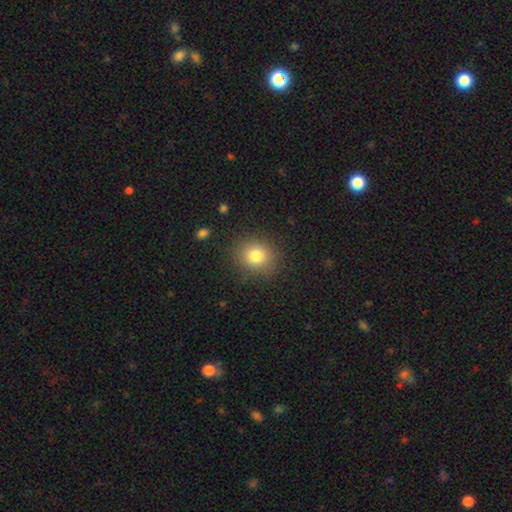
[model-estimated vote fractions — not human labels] This is likely a smooth galaxy (80%). How rounded: likely round (76%). Merging: clearly none (86%).